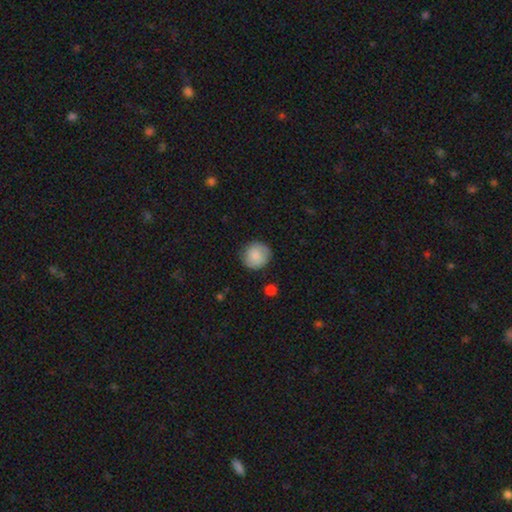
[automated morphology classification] Smooth or featured? Predicted: smooth (p=0.84). How rounded? Predicted: round (p=0.91). Merging? Predicted: none (p=0.83).